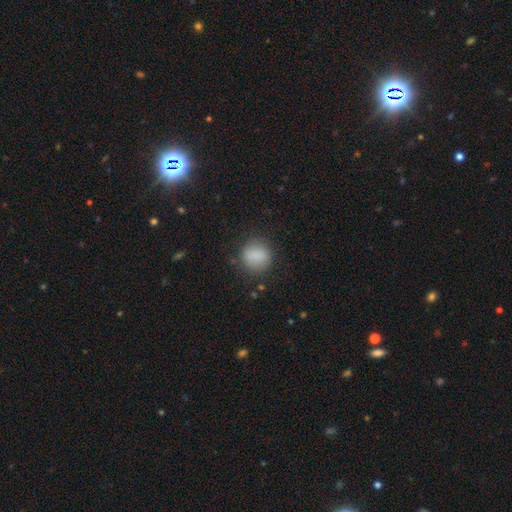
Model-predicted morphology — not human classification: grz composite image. It shows a smooth galaxy with no disk features (84%) that is round (82%). Merging: none (80%).